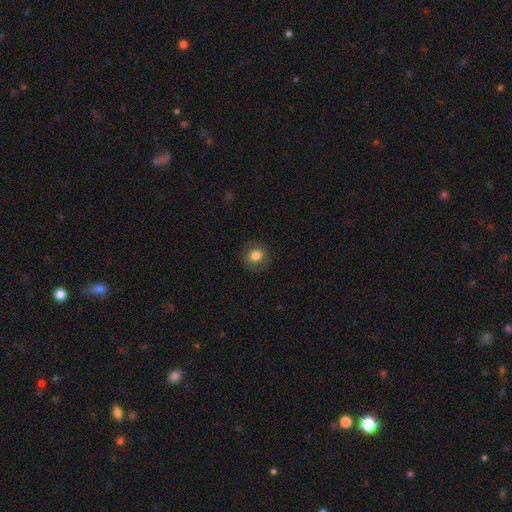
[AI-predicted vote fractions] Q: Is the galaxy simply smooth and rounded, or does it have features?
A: smooth — 78%.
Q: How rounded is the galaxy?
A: round — 80%.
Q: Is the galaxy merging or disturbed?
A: none — 86%.